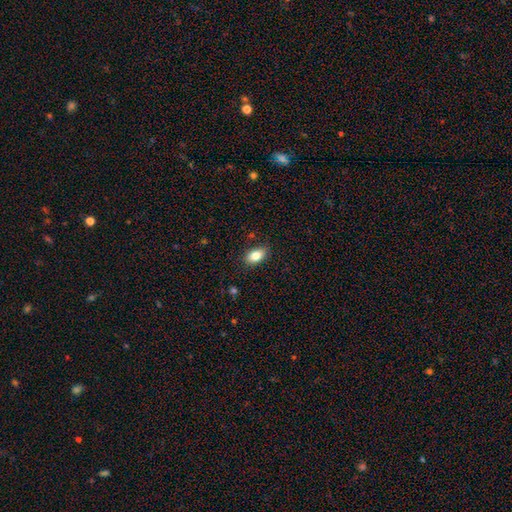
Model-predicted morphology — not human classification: smooth_or_featured: smooth (p=0.83) [alt: featured or disk p=0.08]
how_rounded: in between (p=0.90) [alt: round p=0.08]
merging: none (p=0.86) [alt: minor disturbance p=0.11]